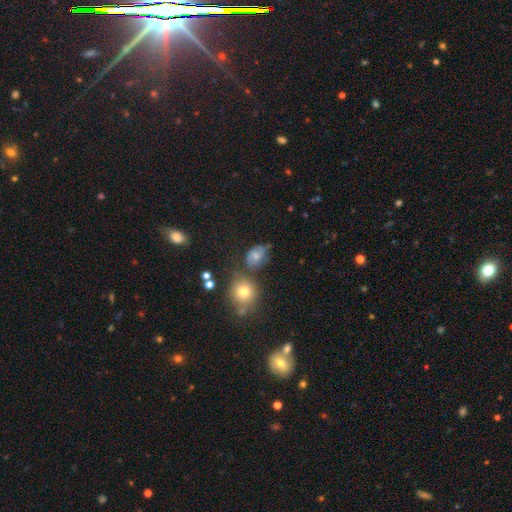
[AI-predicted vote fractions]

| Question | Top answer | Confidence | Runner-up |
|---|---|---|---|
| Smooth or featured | smooth | 55% | featured or disk (30%) |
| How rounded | in between | 62% | round (37%) |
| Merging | none | 54% | minor disturbance (26%) |